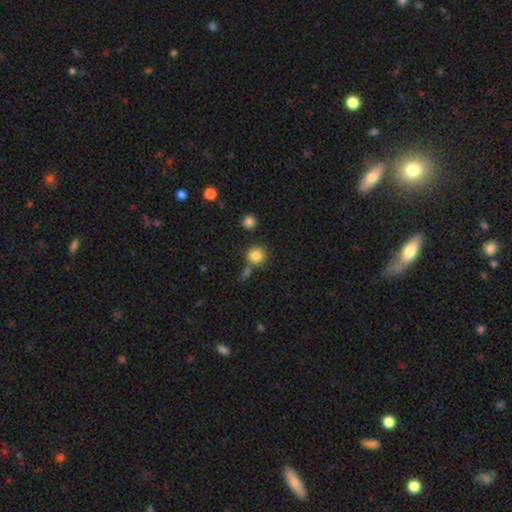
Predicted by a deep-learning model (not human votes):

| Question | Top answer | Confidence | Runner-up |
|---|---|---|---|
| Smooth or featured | smooth | 84% | star or artifact (10%) |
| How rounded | round | 91% | in between (8%) |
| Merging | none | 71% | merger (15%) |